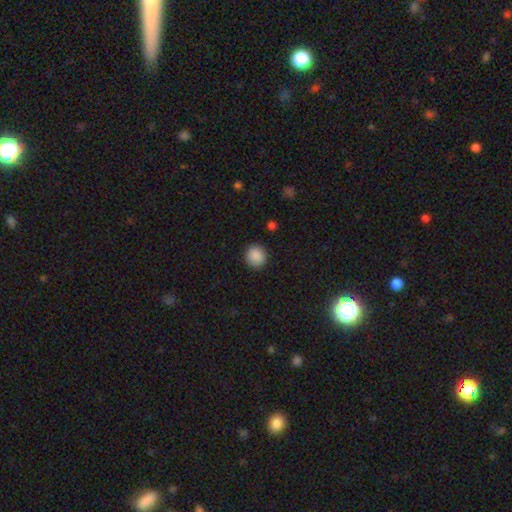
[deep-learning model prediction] smooth-or-featured: smooth: 88% | star or artifact: 9% | featured or disk: 3%
  how-rounded: round: 89% | in between: 10% | cigar-shaped: 1%
  merging: none: 90% | minor disturbance: 7% | major disturbance: 2% | merger: 1%